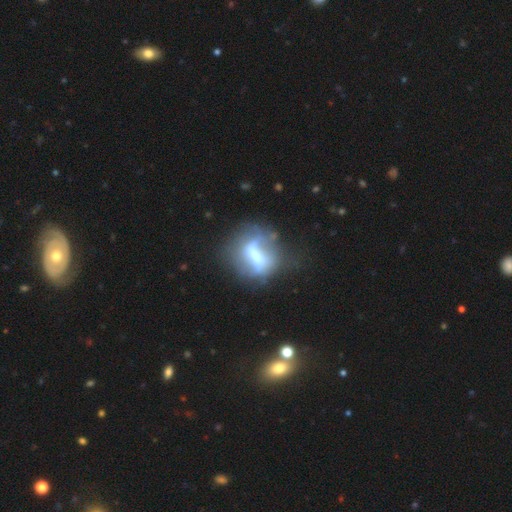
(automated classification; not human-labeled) Overall: featured or disk (58%; smooth 32%). Edge-on disk: no (91%). Bar: strong (51%; weak 29%). Spiral arms: no (59%; yes 41%). Bulge size: moderate (36%; small 22%). Merging: none (42%; major disturbance 26%).